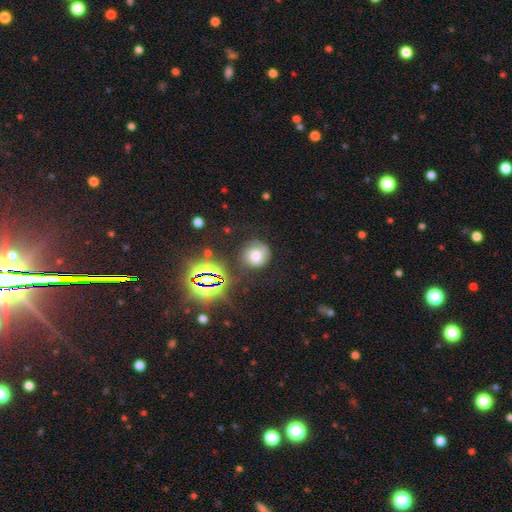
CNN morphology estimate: smooth 52%, featured or disk 29%, star or artifact 18%. Down the decision tree: how rounded — round (86%); merging — none (63%).